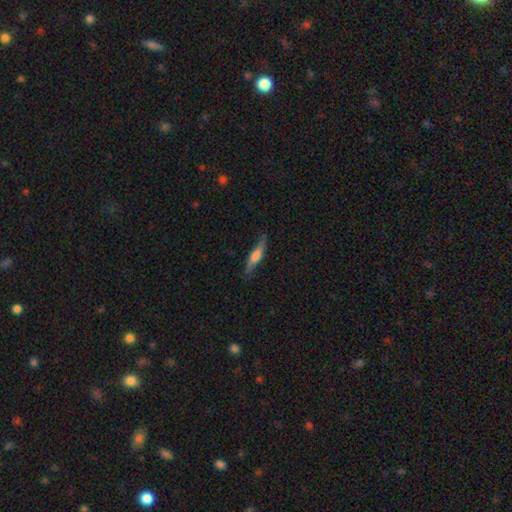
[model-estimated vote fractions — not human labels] Smooth or featured: featured or disk — 50% (smooth — 45%)
Merging: none — 80% (minor disturbance — 16%)